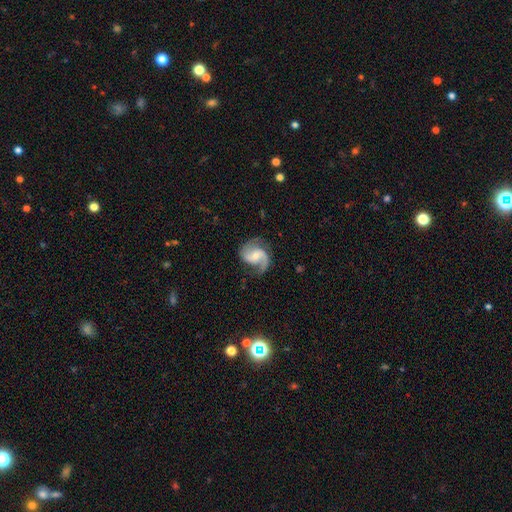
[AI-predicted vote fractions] Q: Smooth or featured?
A: featured or disk (88%); runner-up: smooth (7%)
Q: Edge-on disk?
A: no (98%); runner-up: yes (2%)
Q: Bar?
A: weak (43%); tied with: no (43%)
Q: Spiral arms?
A: yes (97%); runner-up: no (3%)
Q: Spiral winding?
A: medium (51%); runner-up: loose (35%)
Q: Spiral arm count?
A: 2 (89%); runner-up: 1 (5%)
Q: Bulge size?
A: small (47%); runner-up: moderate (44%)
Q: Merging?
A: none (73%); runner-up: minor disturbance (18%)